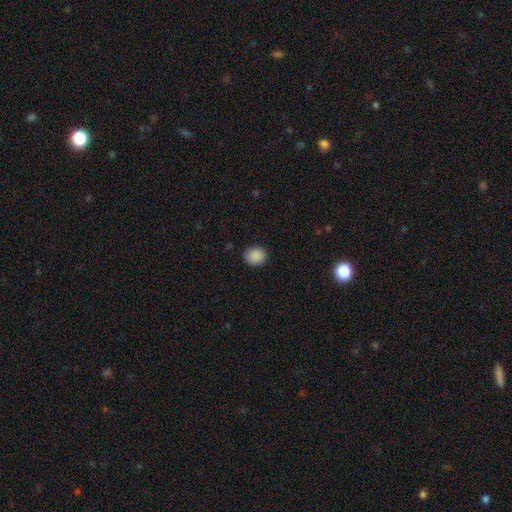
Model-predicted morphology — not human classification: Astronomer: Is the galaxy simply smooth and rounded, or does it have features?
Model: smooth — 88%.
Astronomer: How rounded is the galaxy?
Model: round — 78%.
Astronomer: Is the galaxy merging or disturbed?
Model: none — 89%.